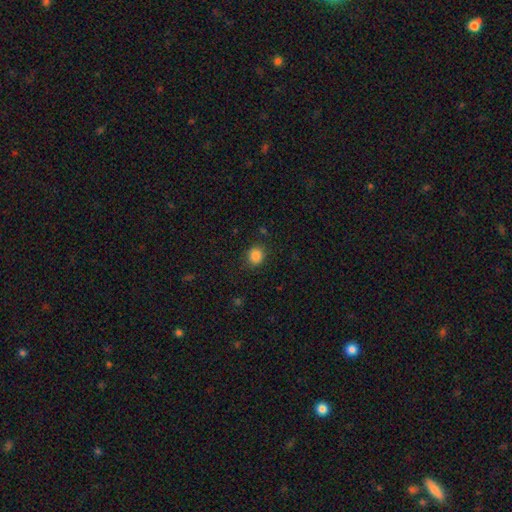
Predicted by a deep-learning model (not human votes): Q: Smooth or featured?
A: smooth (85%); runner-up: star or artifact (11%)
Q: How rounded?
A: round (77%); runner-up: in between (23%)
Q: Merging?
A: none (88%); runner-up: minor disturbance (8%)